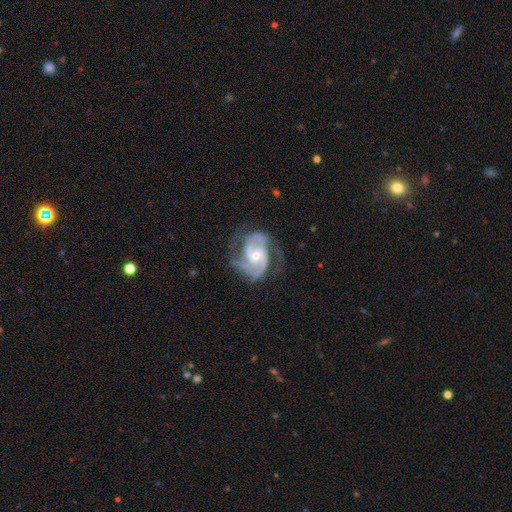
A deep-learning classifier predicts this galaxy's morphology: Smooth or featured? featured or disk (91%)
Edge-on disk? no (98%)
Bar? weak (43%, tied with no)
Spiral arms? yes (98%)
Spiral winding? medium (53%)
Spiral arm count? 2 (57%)
Bulge size? moderate (49%)
Merging? none (58%)